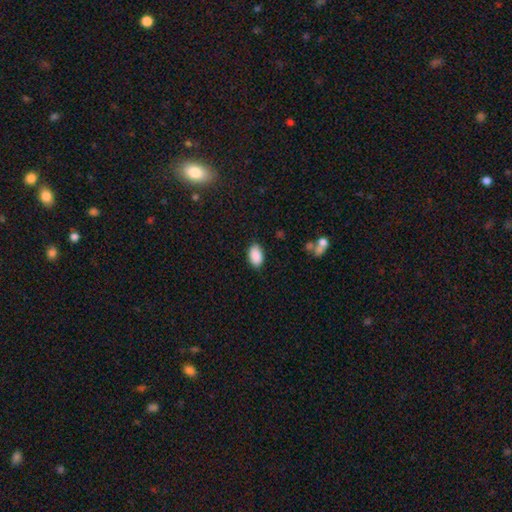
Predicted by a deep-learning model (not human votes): A smooth galaxy with no disk features (90%) that is in between round and cigar-shaped (92%).

Vote fractions:
- Smooth or featured? smooth: 90% / star or artifact: 7% / featured or disk: 3%
- How rounded? in between: 92% / round: 6% / cigar-shaped: 1%
- Merging? none: 84% / minor disturbance: 12% / major disturbance: 3% / merger: 1%